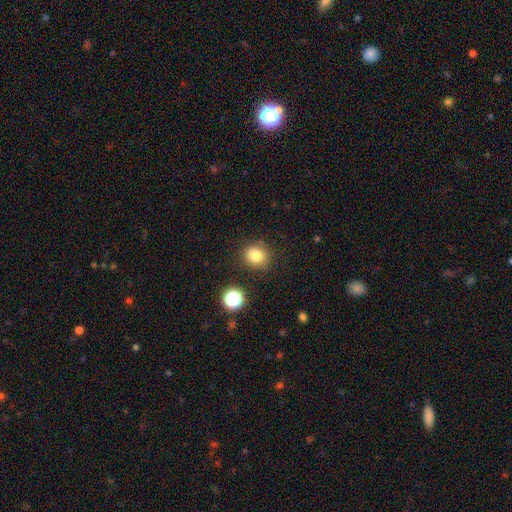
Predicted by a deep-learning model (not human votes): A smooth galaxy with no disk features (81%) that is round (80%).

Vote fractions:
- Smooth or featured? smooth: 81% / star or artifact: 13% / featured or disk: 7%
- How rounded? round: 80% / in between: 19% / cigar-shaped: 1%
- Merging? none: 85% / minor disturbance: 10% / major disturbance: 3% / merger: 2%